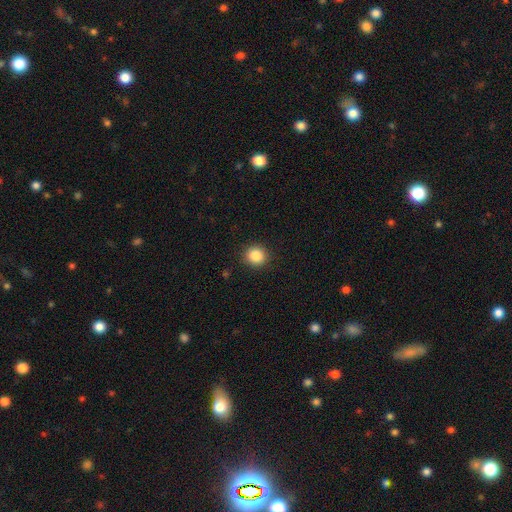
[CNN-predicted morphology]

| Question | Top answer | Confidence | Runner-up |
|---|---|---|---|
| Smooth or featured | smooth | 86% | star or artifact (10%) |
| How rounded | round | 87% | in between (13%) |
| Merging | none | 90% | minor disturbance (6%) |